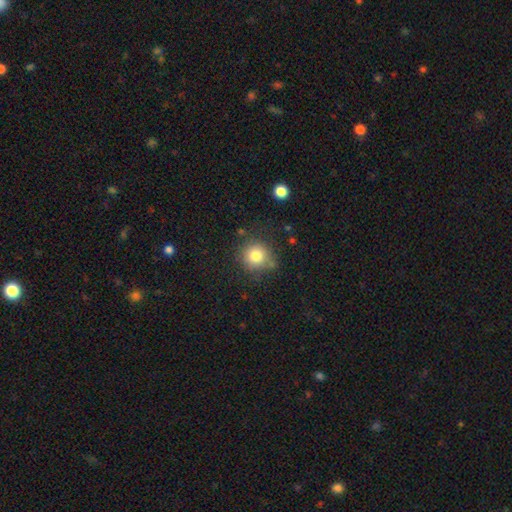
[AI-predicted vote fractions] The model was most divided on "merging": none: 77%, minor disturbance: 14%, major disturbance: 4%, merger: 4%. More confident: how rounded — round (91%); smooth or featured — smooth (80%).